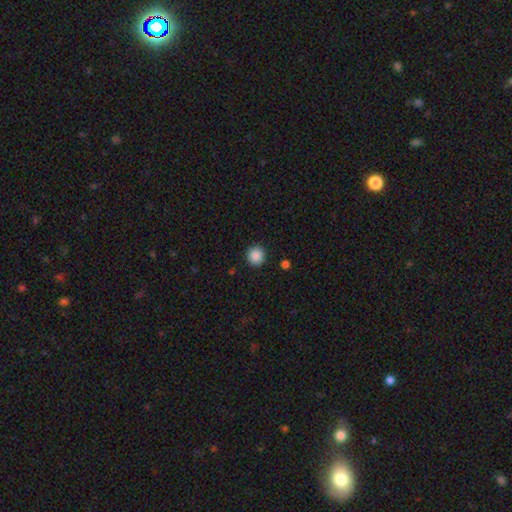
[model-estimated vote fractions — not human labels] smooth 87%, star or artifact 9%, featured or disk 3%. Down the decision tree: how rounded — round (93%); merging — none (91%).